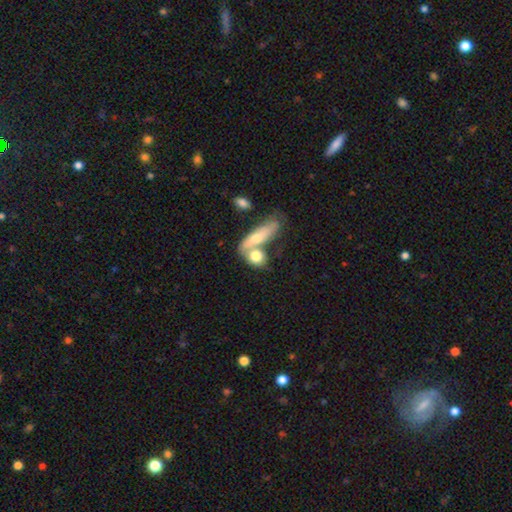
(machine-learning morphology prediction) The model was most divided on "merging": merger: 52%, none: 31%, minor disturbance: 11%, major disturbance: 6%. More confident: smooth or featured — smooth (71%); how rounded — in between (56%).